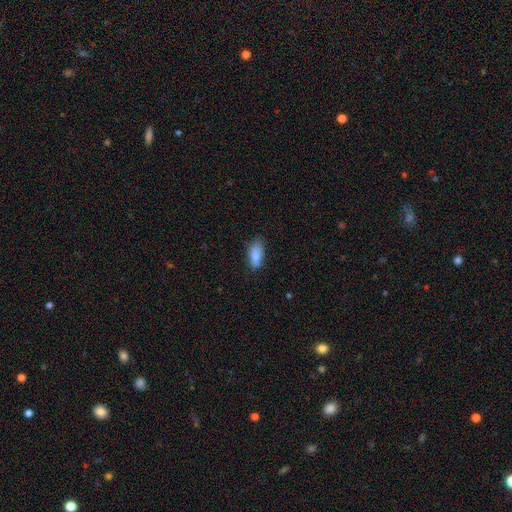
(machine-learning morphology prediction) Smooth or featured? Predicted: smooth (p=0.85). How rounded? Predicted: in between (p=0.86). Merging? Predicted: none (p=0.74).